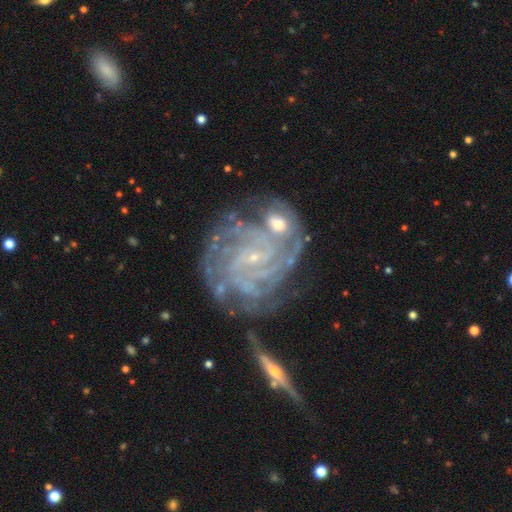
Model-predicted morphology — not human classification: smooth-or-featured: featured or disk: 88% | star or artifact: 7% | smooth: 5%
  disk-edge-on: no: 97% | yes: 3%
    bar: no: 51% | weak: 36% | strong: 13%
    has-spiral-arms: yes: 97% | no: 3%
      spiral-winding: tight: 72% | medium: 23% | loose: 5%
      spiral-arm-count: 4: 24% | can't tell: 23% | 3: 17% | more than 4: 15% | 2: 13% | 1: 8%
    bulge-size: small: 83% | moderate: 8% | none: 7% | large: 1% | dominant: 1%
  merging: none: 49% | merger: 26% | minor disturbance: 16% | major disturbance: 9%